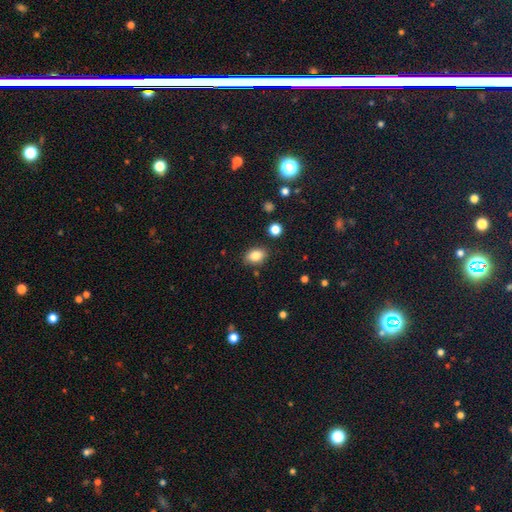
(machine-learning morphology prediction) Overall: smooth (83%). How rounded: in between (81%). Merging: none (84%).